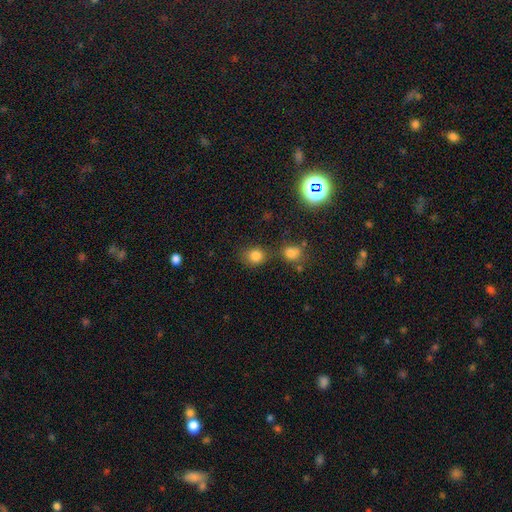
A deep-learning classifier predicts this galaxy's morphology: Q: Smooth or featured?
A: smooth (79%); runner-up: star or artifact (15%)
Q: How rounded?
A: round (70%); runner-up: in between (29%)
Q: Merging?
A: none (68%); runner-up: merger (14%)